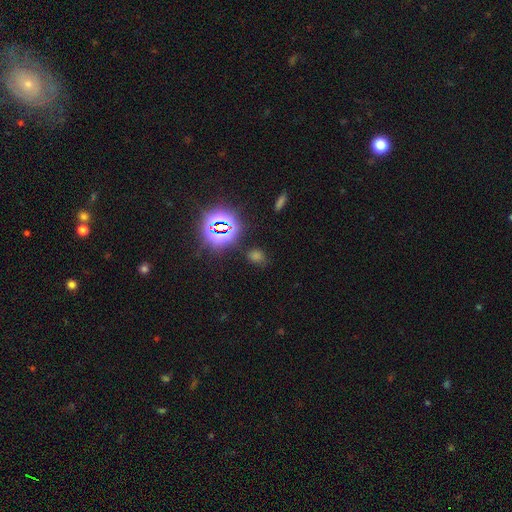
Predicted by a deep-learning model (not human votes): Smooth or featured? Predicted: star or artifact (p=0.55).